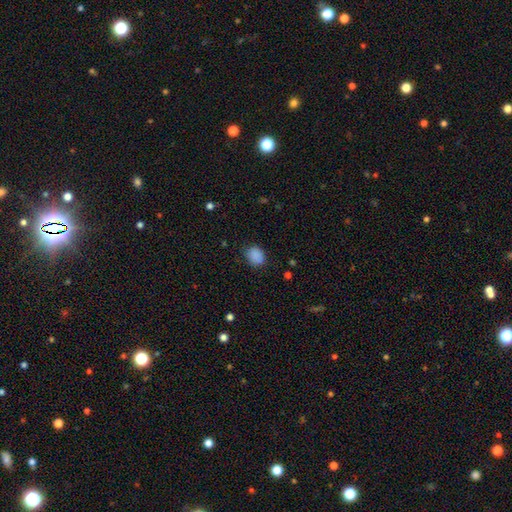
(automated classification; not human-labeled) The model was most divided on "how rounded": round: 56%, in between: 43%, cigar-shaped: 1%. More confident: smooth or featured — smooth (87%); merging — none (77%).